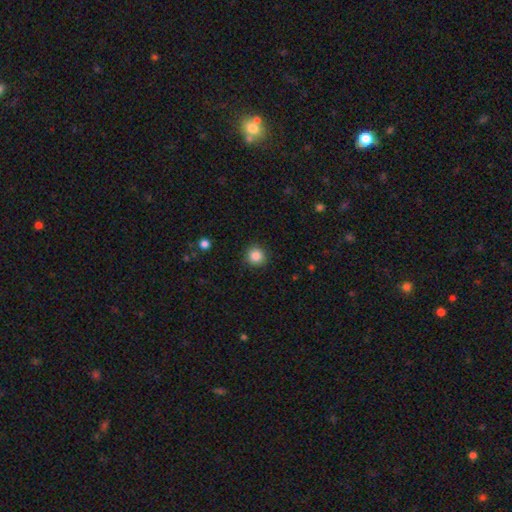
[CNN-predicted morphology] Smooth or featured? smooth (86%)
How rounded? round (93%)
Merging? none (91%)